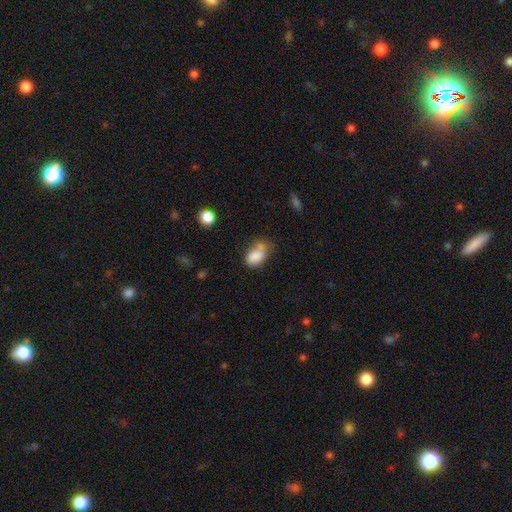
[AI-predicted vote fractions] Smooth or featured? smooth (80%)
How rounded? in between (85%)
Merging? none (36%)